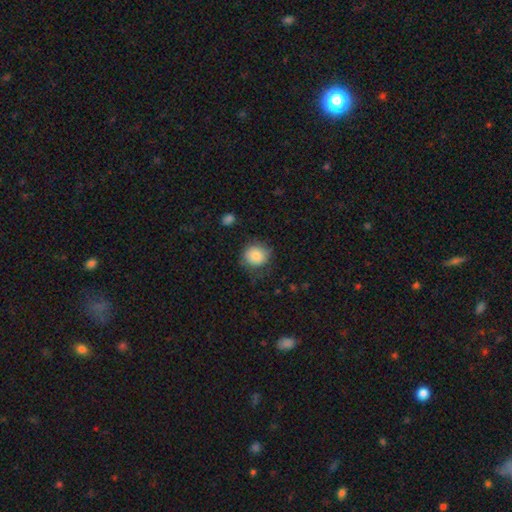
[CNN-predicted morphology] A smooth galaxy with no disk features (84%) that is round (85%). Merging: none (72%).